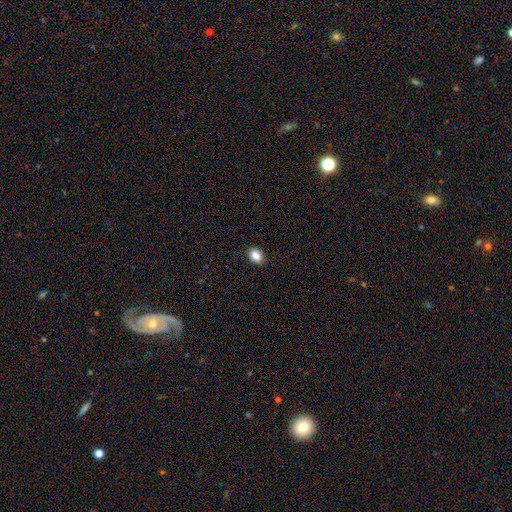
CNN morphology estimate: type=smooth (87%); roundness=in between (75%); merging=none (89%).